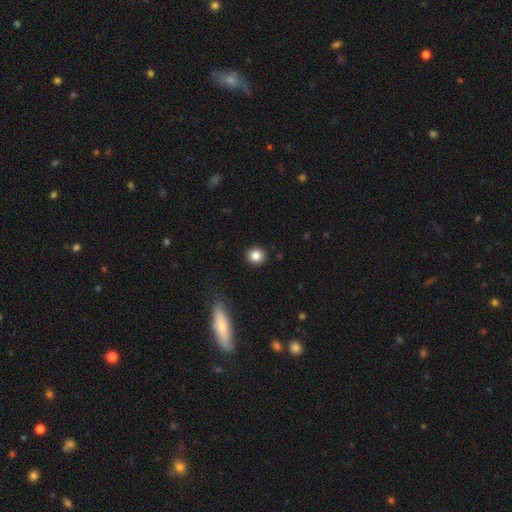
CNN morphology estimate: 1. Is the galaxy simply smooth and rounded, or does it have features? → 84% smooth, 10% star or artifact, 5% featured or disk.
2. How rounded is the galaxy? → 90% round, 9% in between, 1% cigar-shaped.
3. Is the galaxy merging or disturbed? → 92% none, 5% minor disturbance, 2% major disturbance, 1% merger.